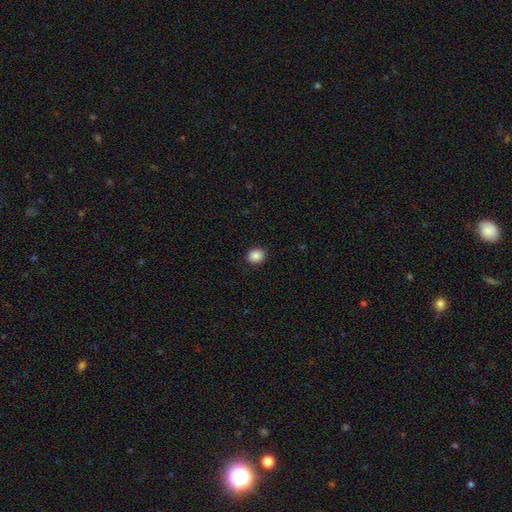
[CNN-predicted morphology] Smooth or featured: smooth — 88% (star or artifact — 9%)
How rounded: round — 64% (in between — 35%)
Merging: none — 90% (minor disturbance — 7%)